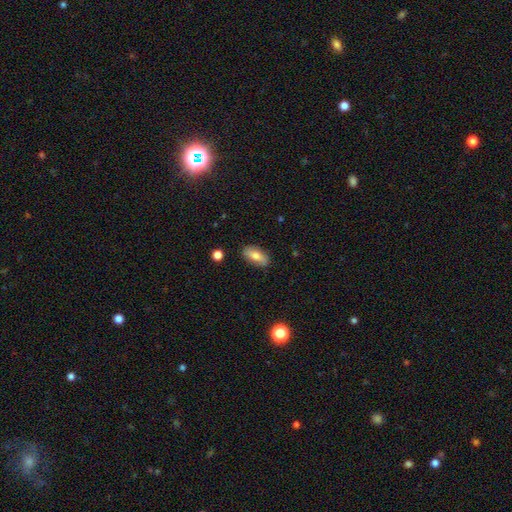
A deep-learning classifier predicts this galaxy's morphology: Smooth or featured? smooth (66%)
How rounded? in between (85%)
Merging? none (85%)